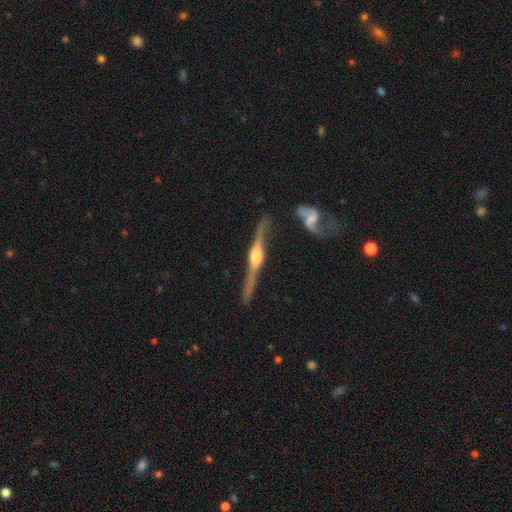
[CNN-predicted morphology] A featured or disk galaxy (89%) viewed edge-on (97%) with a rounded central bulge (89%).

Vote fractions:
- Smooth or featured? featured or disk: 89% / smooth: 6% / star or artifact: 4%
- Edge-on disk? yes: 97% / no: 3%
- Edge-on bulge? rounded: 89% / boxy: 9% / none: 3%
- Merging? none: 78% / minor disturbance: 12% / merger: 6% / major disturbance: 4%